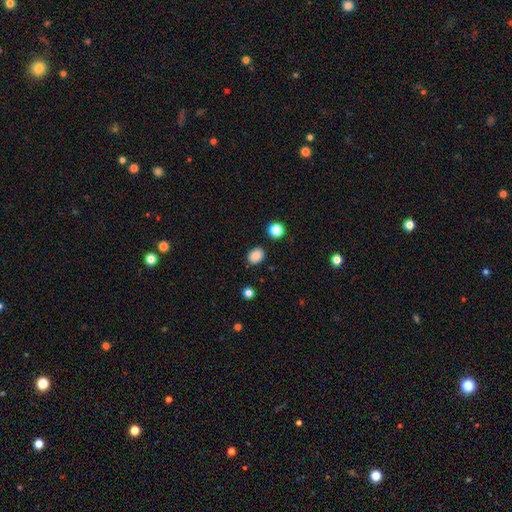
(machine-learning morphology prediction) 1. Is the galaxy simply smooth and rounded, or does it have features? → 86% smooth, 11% star or artifact, 4% featured or disk.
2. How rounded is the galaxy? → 58% in between, 41% round, 1% cigar-shaped.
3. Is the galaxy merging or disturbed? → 86% none, 9% minor disturbance, 2% major disturbance, 2% merger.